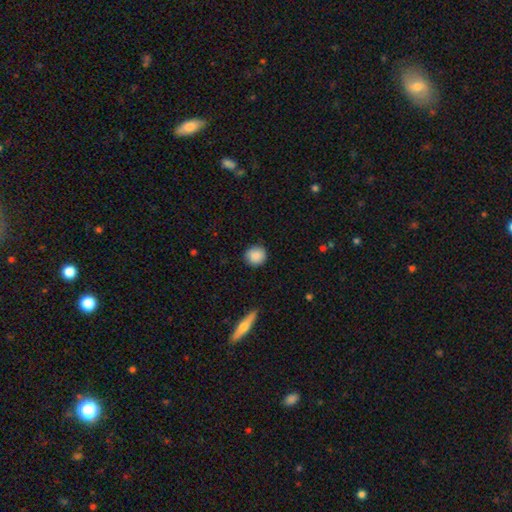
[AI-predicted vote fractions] Overall: smooth (89%). How rounded: round (92%). Merging: none (88%).